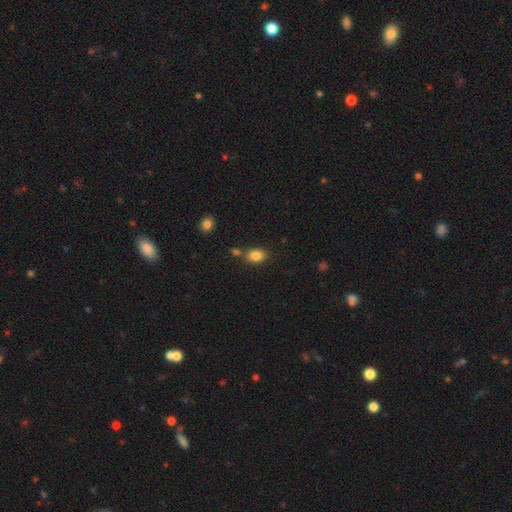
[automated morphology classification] A smooth galaxy with no disk features (85%) that is in between round and cigar-shaped (69%).

Vote fractions:
- Smooth or featured? smooth: 85% / star or artifact: 10% / featured or disk: 5%
- How rounded? in between: 69% / round: 30% / cigar-shaped: 1%
- Merging? none: 67% / merger: 16% / minor disturbance: 13% / major disturbance: 4%